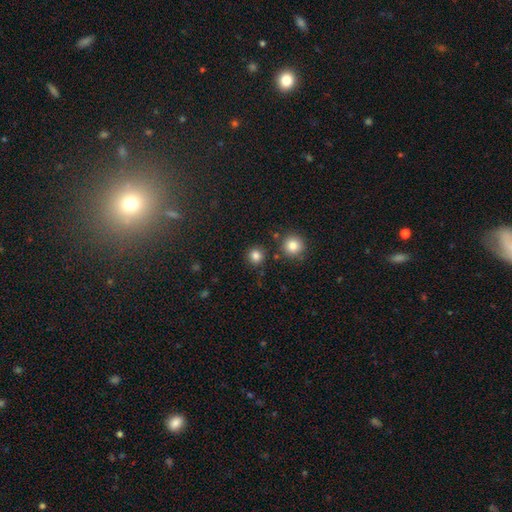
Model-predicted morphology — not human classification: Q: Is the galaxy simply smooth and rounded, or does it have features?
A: smooth — 83%.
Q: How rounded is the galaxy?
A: round — 93%.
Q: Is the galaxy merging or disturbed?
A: none — 87%.